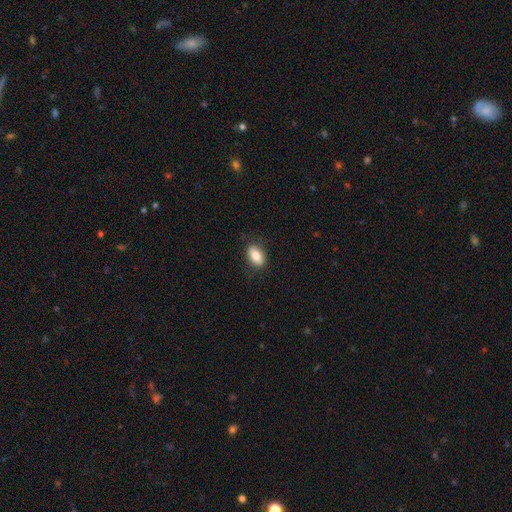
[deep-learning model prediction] This is clearly a smooth galaxy (82%). How rounded: clearly in between (88%). Merging: clearly none (82%).